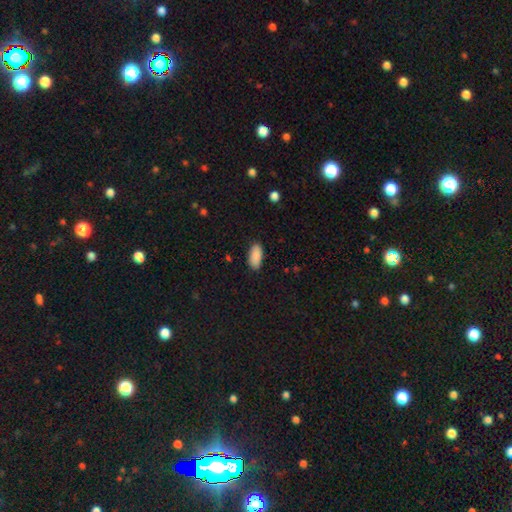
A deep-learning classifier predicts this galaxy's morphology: A smooth galaxy with no disk features (90%) that is in between round and cigar-shaped (90%).

Vote fractions:
- Smooth or featured? smooth: 90% / star or artifact: 6% / featured or disk: 4%
- How rounded? in between: 90% / cigar-shaped: 8% / round: 2%
- Merging? none: 87% / minor disturbance: 9% / major disturbance: 2% / merger: 1%